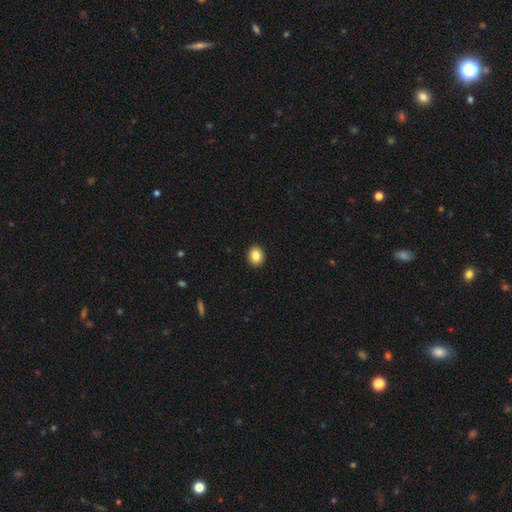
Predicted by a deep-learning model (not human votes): A smooth galaxy with no disk features (85%) that is round (60%).

Vote fractions:
- Smooth or featured? smooth: 85% / star or artifact: 9% / featured or disk: 6%
- How rounded? round: 60% / in between: 39% / cigar-shaped: 1%
- Merging? none: 93% / minor disturbance: 5% / major disturbance: 1% / merger: 1%